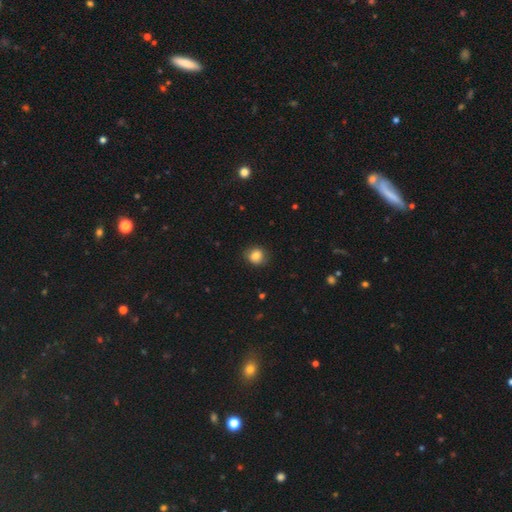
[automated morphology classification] Overall: smooth (82%). How rounded: round (72%). Merging: none (80%).